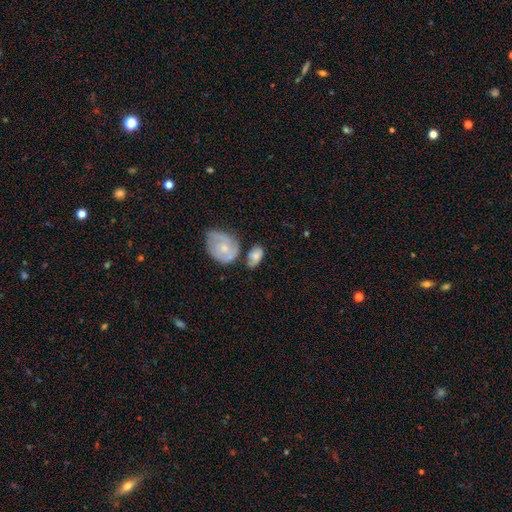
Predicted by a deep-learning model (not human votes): The model was most divided on "merging": none: 44%, minor disturbance: 26%, merger: 20%, major disturbance: 11%. More confident: how rounded — in between (84%); smooth or featured — smooth (65%).